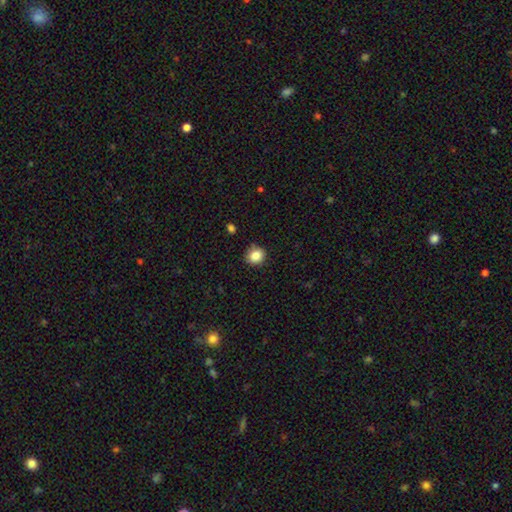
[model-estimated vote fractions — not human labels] Q: Smooth or featured?
A: smooth (85%); runner-up: star or artifact (10%)
Q: How rounded?
A: round (79%); runner-up: in between (20%)
Q: Merging?
A: none (84%); runner-up: minor disturbance (11%)